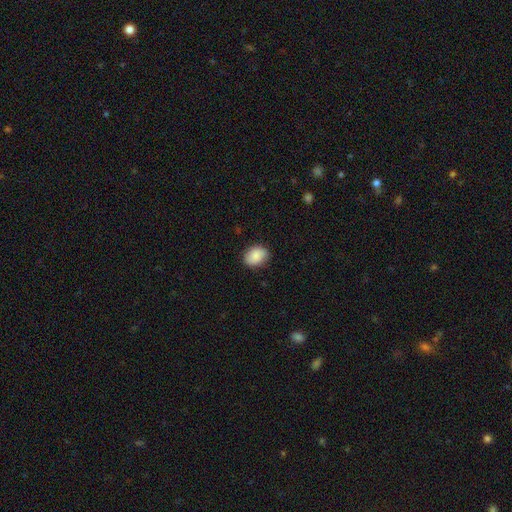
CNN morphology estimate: A smooth galaxy with no disk features (86%) that is in between round and cigar-shaped (63%). Merging: none (83%).